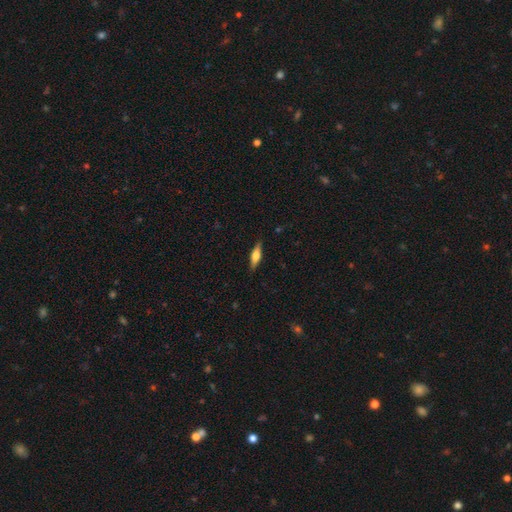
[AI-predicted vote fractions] A smooth galaxy with no disk features (49%).

Vote fractions:
- Smooth or featured? smooth: 49% / featured or disk: 45% / star or artifact: 6%
- Merging? none: 87% / minor disturbance: 10% / major disturbance: 2% / merger: 1%